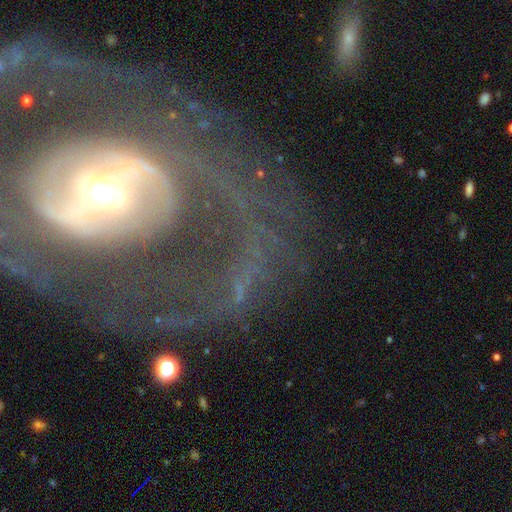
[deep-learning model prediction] Morphology: type=featured or disk (81%); edge-on=no (94%); bar=strong (42%); spiral arms=yes (68%); winding=medium (37%); arm count=2 (52%); bulge=moderate (55%); merging=none (58%).